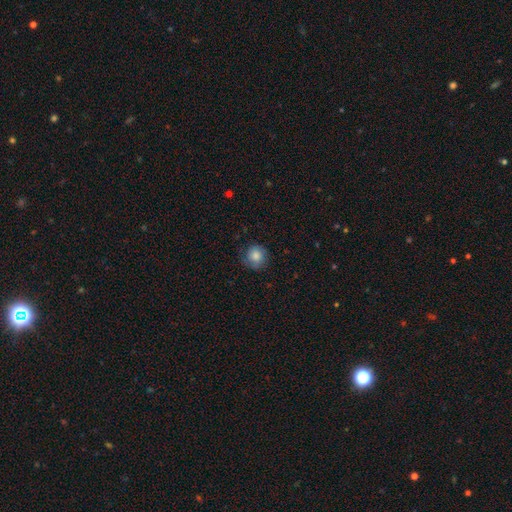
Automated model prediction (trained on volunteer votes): Morphology: type=smooth (82%); roundness=round (90%); merging=none (76%).